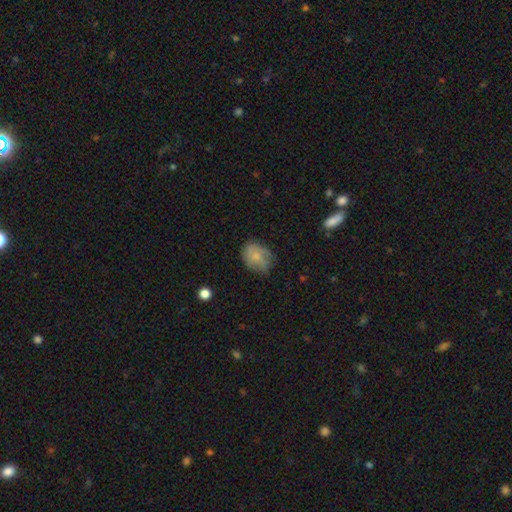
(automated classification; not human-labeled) Smooth or featured? smooth (70%)
How rounded? in between (63%)
Merging? none (59%)